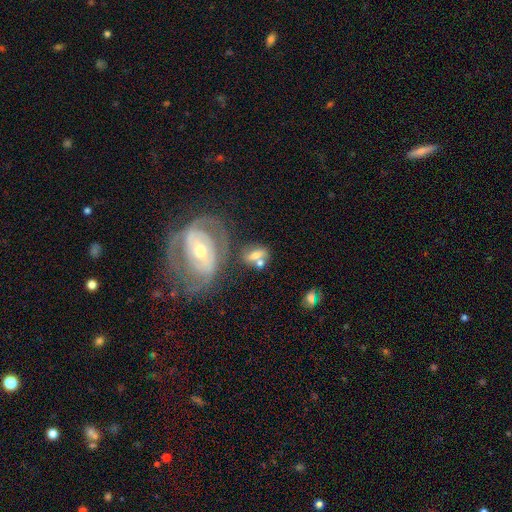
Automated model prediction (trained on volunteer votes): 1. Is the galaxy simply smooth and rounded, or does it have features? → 50% smooth, 41% featured or disk, 9% star or artifact.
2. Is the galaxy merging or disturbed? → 46% none, 28% merger, 17% minor disturbance, 9% major disturbance.